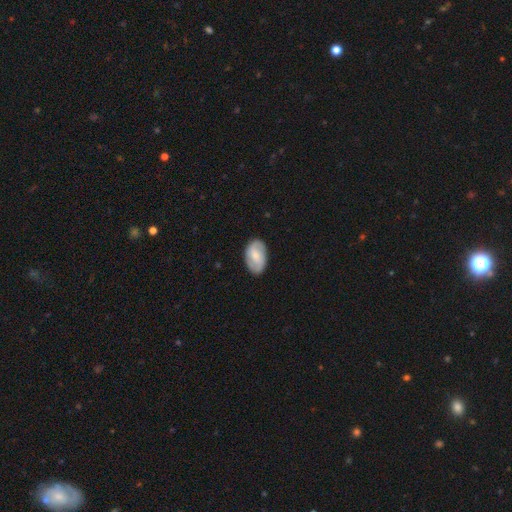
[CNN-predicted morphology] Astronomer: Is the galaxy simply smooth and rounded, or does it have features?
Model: smooth — 48% (runner-up: featured or disk, 46%).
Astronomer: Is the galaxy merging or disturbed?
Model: none — 82%.